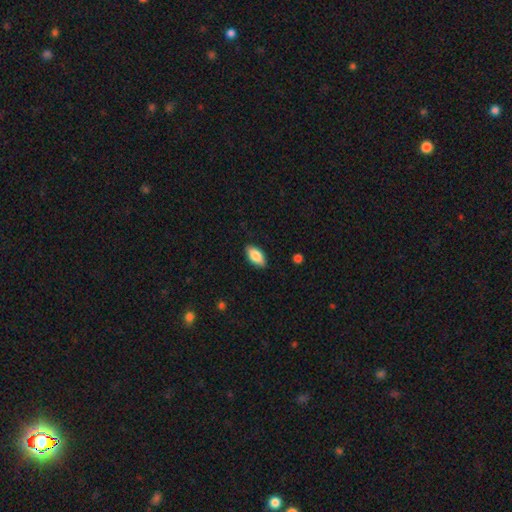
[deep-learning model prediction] Smooth or featured?
  - smooth: 84% *
  - featured or disk: 10%
  - star or artifact: 6%
How rounded?
  - in between: 91% *
  - cigar-shaped: 6%
  - round: 3%
Merging?
  - none: 87% *
  - minor disturbance: 10%
  - major disturbance: 2%
  - merger: 1%